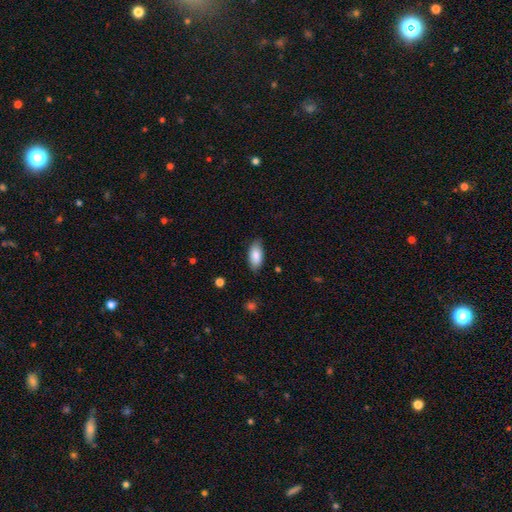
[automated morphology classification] Smooth or featured? Predicted: smooth (p=0.86). How rounded? Predicted: in between (p=0.90). Merging? Predicted: none (p=0.82).